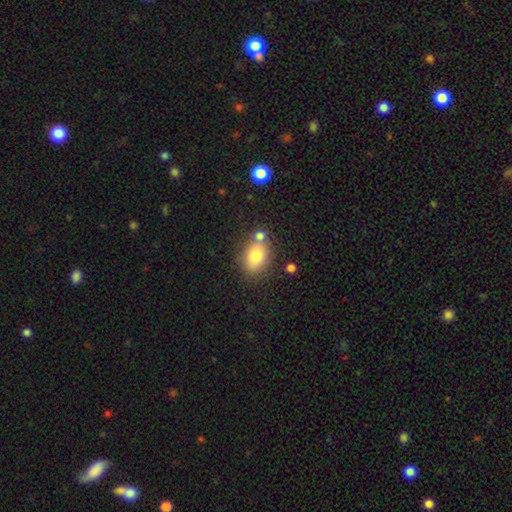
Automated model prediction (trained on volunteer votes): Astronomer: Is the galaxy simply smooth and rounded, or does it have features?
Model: smooth — 78%.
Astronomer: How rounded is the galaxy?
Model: in between — 76%.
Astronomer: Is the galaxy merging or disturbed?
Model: none — 62%.